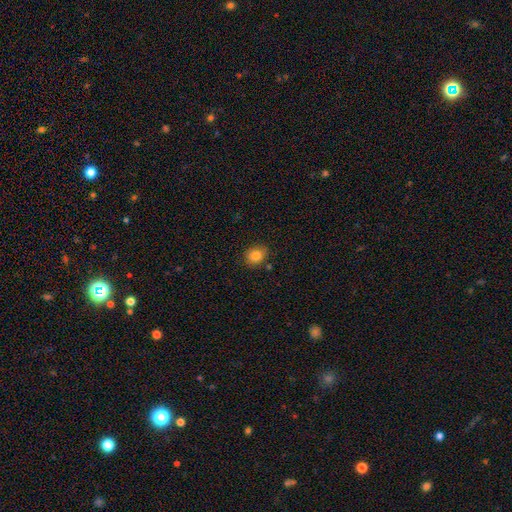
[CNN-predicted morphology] smooth 84%, star or artifact 10%, featured or disk 6%. Down the decision tree: how rounded — round (62%); merging — none (82%).